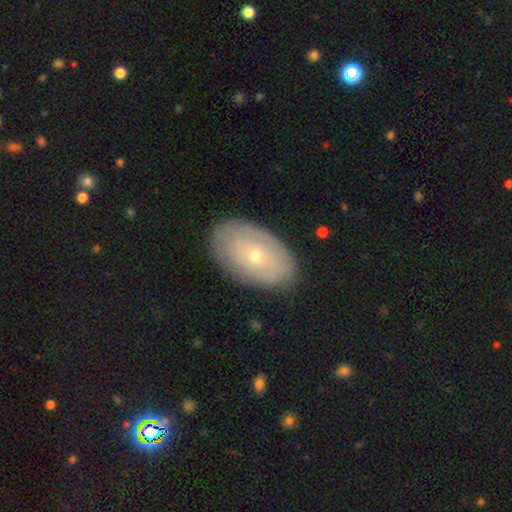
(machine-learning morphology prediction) Smooth or featured? smooth (48%)
Merging? none (83%)